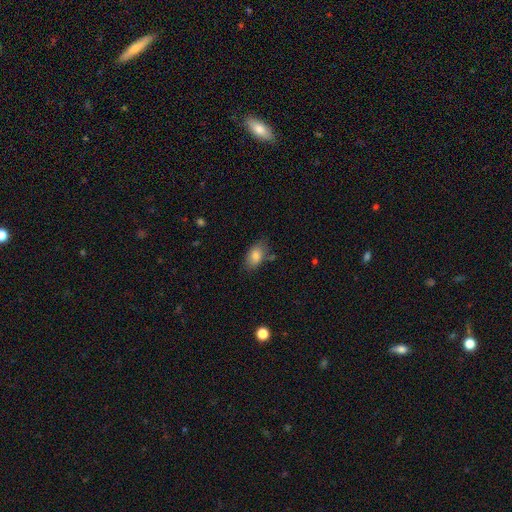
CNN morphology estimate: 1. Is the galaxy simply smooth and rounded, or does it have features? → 80% smooth, 12% featured or disk, 8% star or artifact.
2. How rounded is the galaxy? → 88% in between, 10% round, 2% cigar-shaped.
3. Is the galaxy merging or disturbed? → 72% none, 19% minor disturbance, 4% major disturbance, 4% merger.